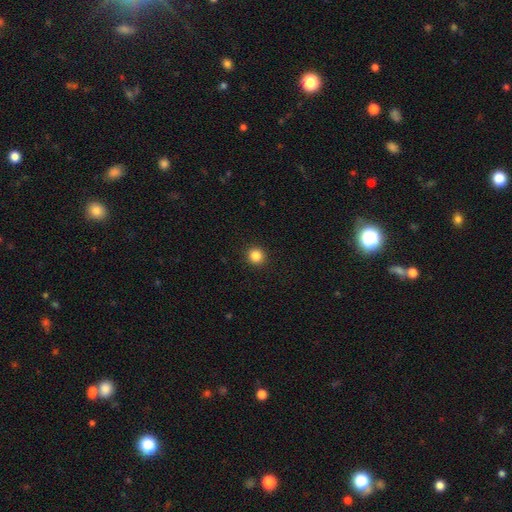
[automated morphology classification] The model was most divided on "smooth or featured": smooth: 85%, star or artifact: 11%, featured or disk: 4%. More confident: how rounded — round (94%); merging — none (93%).